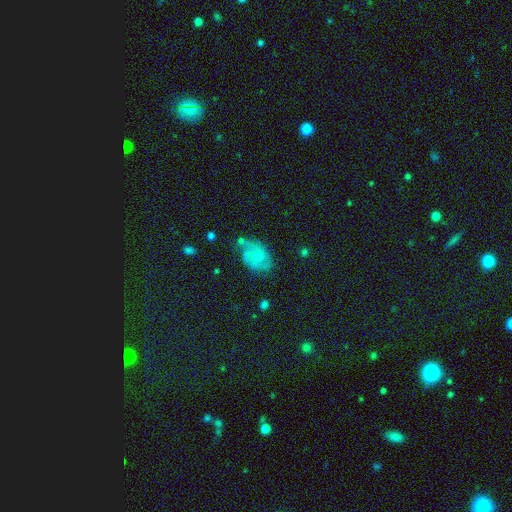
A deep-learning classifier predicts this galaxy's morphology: This is likely a featured or disk galaxy (61%). It is clearly not viewed edge-on (98%). Bar: likely no (68%). Spiral arm pattern: clearly yes (89%). Spiral arm count: possibly 2 (57%). Spiral winding: possibly medium (47%). Central bulge: possibly small (56%). Merging: possibly none (58%).